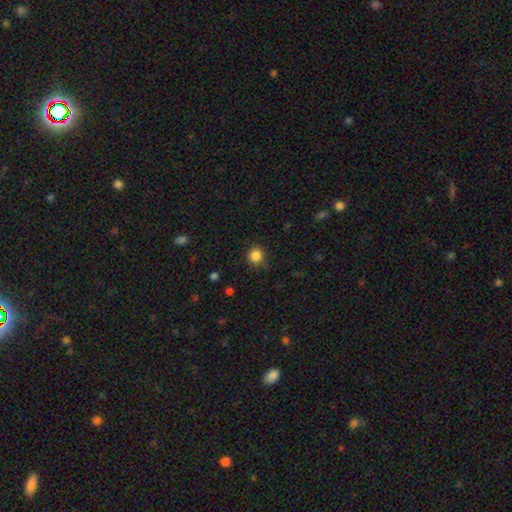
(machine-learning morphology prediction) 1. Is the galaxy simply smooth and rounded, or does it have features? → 85% smooth, 12% star or artifact, 3% featured or disk.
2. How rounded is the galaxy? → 89% round, 10% in between, 1% cigar-shaped.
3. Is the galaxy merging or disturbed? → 79% none, 16% minor disturbance, 4% major disturbance, 1% merger.